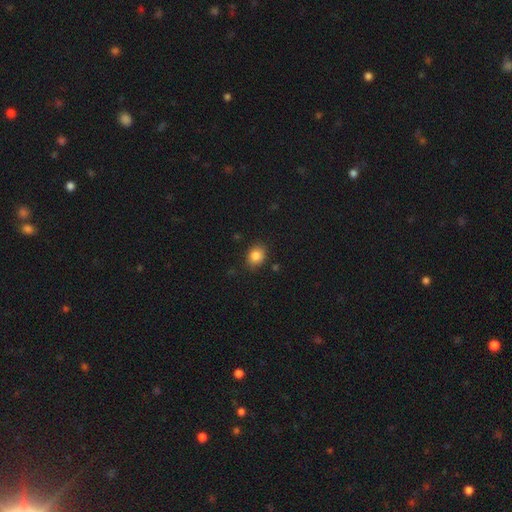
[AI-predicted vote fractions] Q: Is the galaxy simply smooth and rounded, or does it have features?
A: smooth — 84%.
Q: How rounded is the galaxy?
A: round — 51%.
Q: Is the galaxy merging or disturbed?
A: none — 84%.